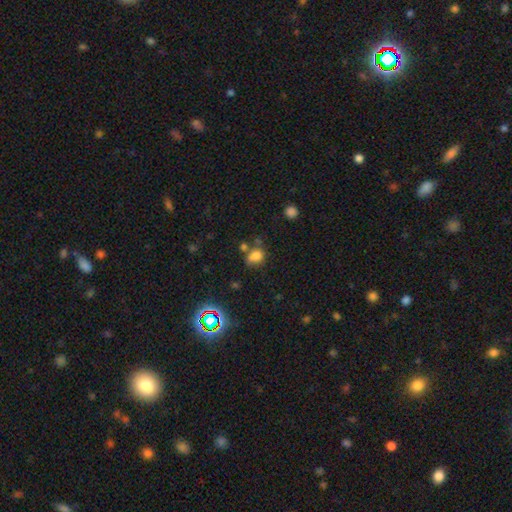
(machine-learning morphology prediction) Smooth or featured? Predicted: smooth (p=0.75). How rounded? Predicted: in between (p=0.51). Merging? Predicted: none (p=0.49).